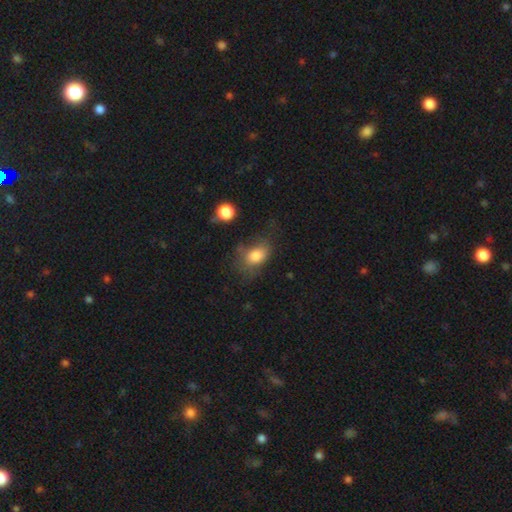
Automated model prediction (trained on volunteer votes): Smooth or featured? smooth (78%)
How rounded? in between (76%)
Merging? none (46%)